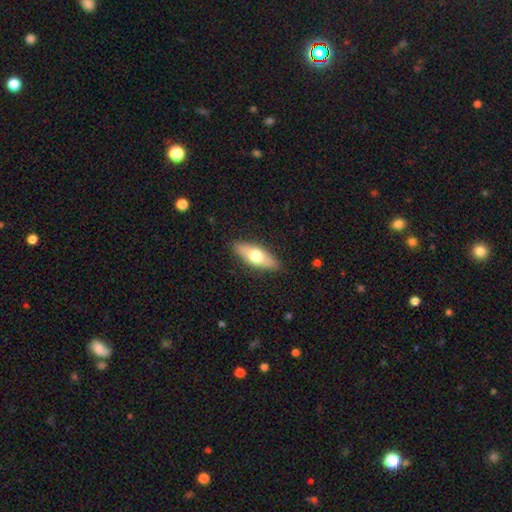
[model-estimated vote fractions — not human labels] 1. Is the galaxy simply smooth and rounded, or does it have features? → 59% smooth, 36% featured or disk, 6% star or artifact.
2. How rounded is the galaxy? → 63% in between, 34% cigar-shaped, 3% round.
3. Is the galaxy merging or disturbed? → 88% none, 9% minor disturbance, 2% major disturbance, 1% merger.